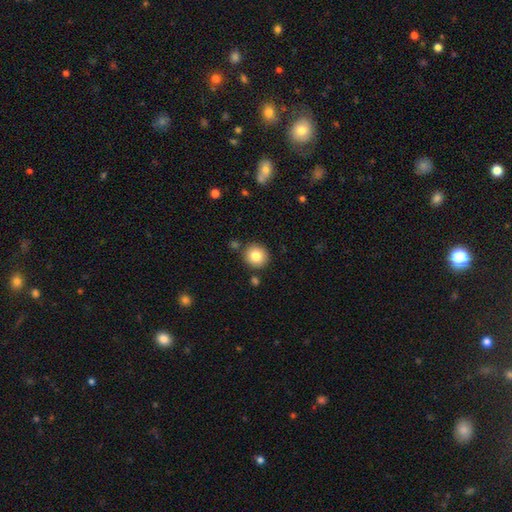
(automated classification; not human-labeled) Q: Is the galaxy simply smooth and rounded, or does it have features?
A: smooth — 83%.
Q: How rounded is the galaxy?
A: round — 93%.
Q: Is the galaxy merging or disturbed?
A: none — 86%.